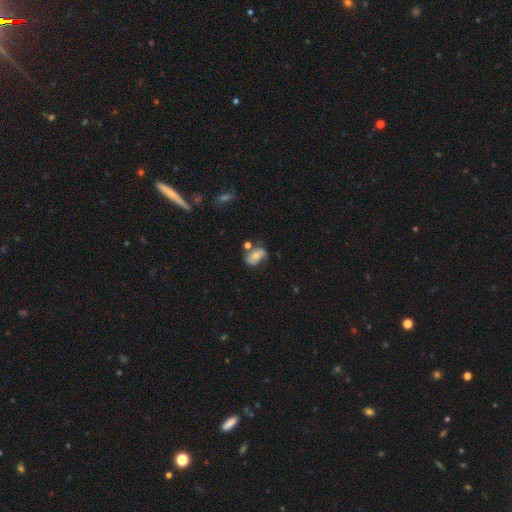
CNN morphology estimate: A smooth galaxy with no disk features (53%) that is in between round and cigar-shaped (83%).

Vote fractions:
- Smooth or featured? smooth: 53% / featured or disk: 37% / star or artifact: 10%
- How rounded? in between: 83% / round: 15% / cigar-shaped: 2%
- Merging? none: 48% / minor disturbance: 28% / merger: 13% / major disturbance: 12%